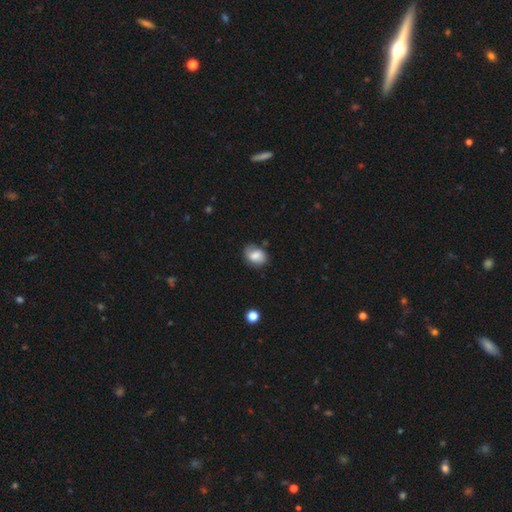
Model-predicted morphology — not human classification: Q: Smooth or featured?
A: smooth (76%); runner-up: featured or disk (15%)
Q: How rounded?
A: in between (65%); runner-up: round (34%)
Q: Merging?
A: none (67%); runner-up: minor disturbance (25%)